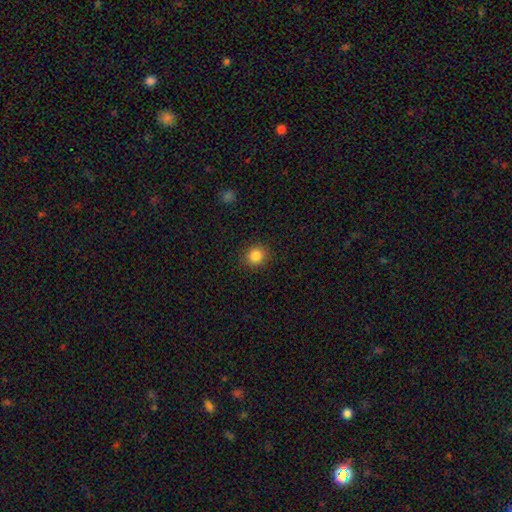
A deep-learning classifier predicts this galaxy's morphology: This appears to be a smooth galaxy with no disk features (85%) that is round (84%). Merging: none (89%).